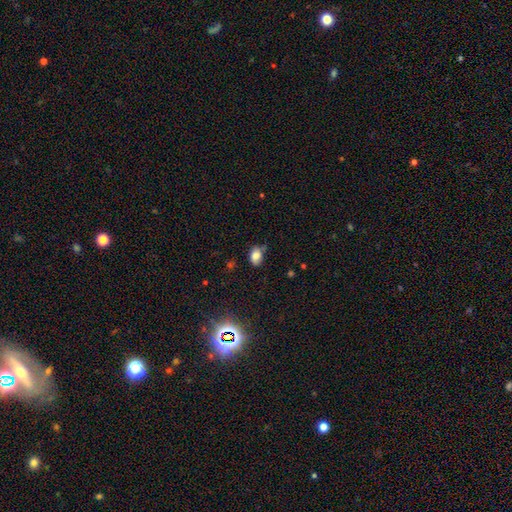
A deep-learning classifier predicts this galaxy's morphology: Overall: smooth (78%). How rounded: in between (82%). Merging: none (52%; minor disturbance 33%).